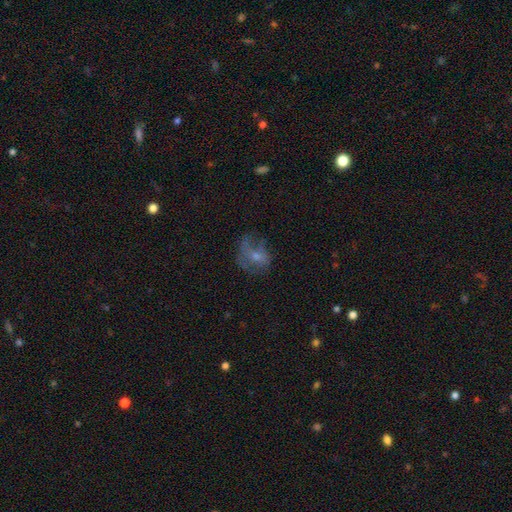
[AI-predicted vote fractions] Smooth or featured?
  - featured or disk: 44% *
  - smooth: 43%
  - star or artifact: 13%
Merging?
  - none: 37% *
  - major disturbance: 36%
  - minor disturbance: 24%
  - merger: 3%